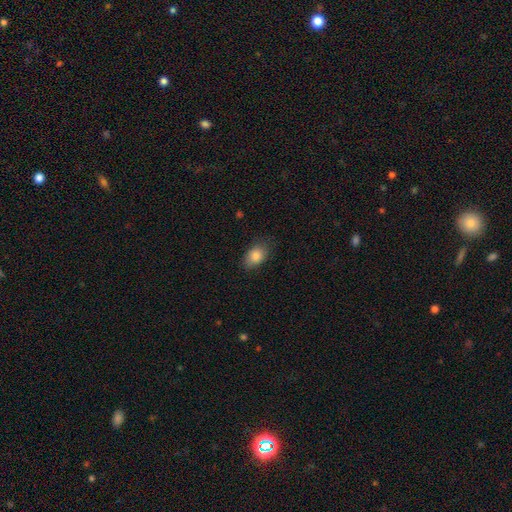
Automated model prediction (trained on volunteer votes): A smooth galaxy with no disk features (85%) that is in between round and cigar-shaped (85%). Merging: none (78%).